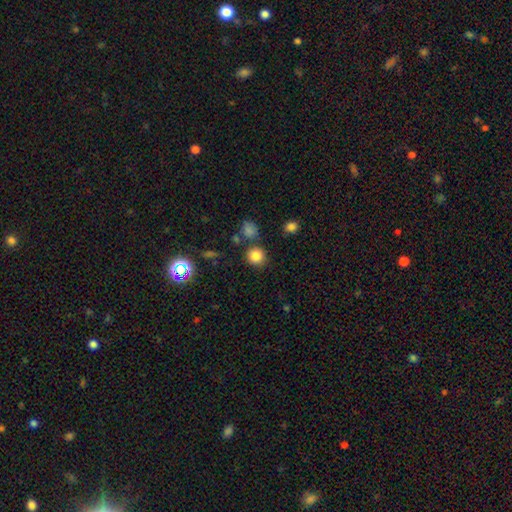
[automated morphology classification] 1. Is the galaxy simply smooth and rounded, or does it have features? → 82% smooth, 13% star or artifact, 5% featured or disk.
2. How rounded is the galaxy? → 90% round, 9% in between, 1% cigar-shaped.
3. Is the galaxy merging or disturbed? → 80% none, 9% minor disturbance, 7% merger, 3% major disturbance.